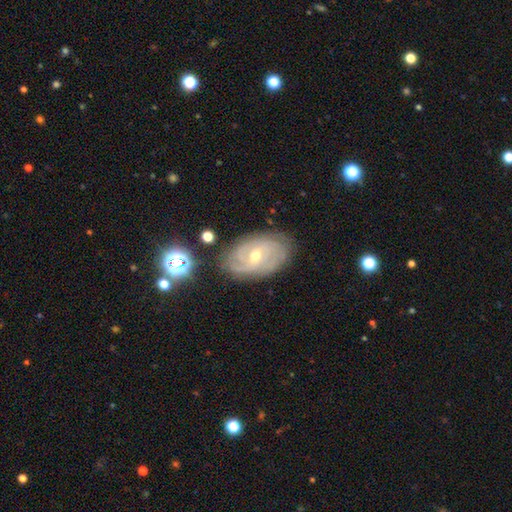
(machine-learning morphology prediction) type=featured or disk (82%); edge-on=no (95%); bar=weak (46%); spiral arms=yes (93%); winding=tight (64%); arm count=can't tell (35%); bulge=moderate (49%); merging=none (76%).